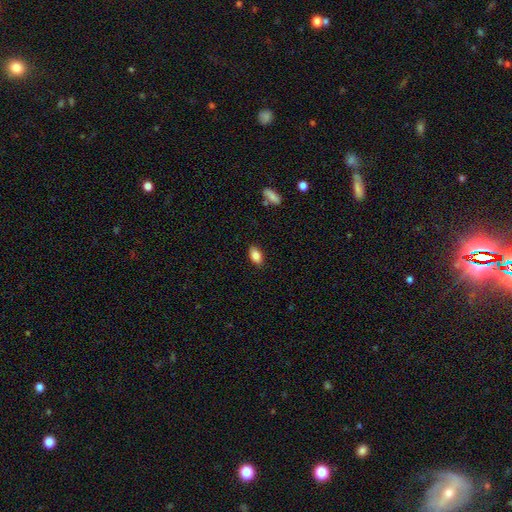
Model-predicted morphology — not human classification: The model was most divided on "merging": none: 87%, minor disturbance: 9%, major disturbance: 2%, merger: 1%. More confident: how rounded — in between (90%); smooth or featured — smooth (86%).